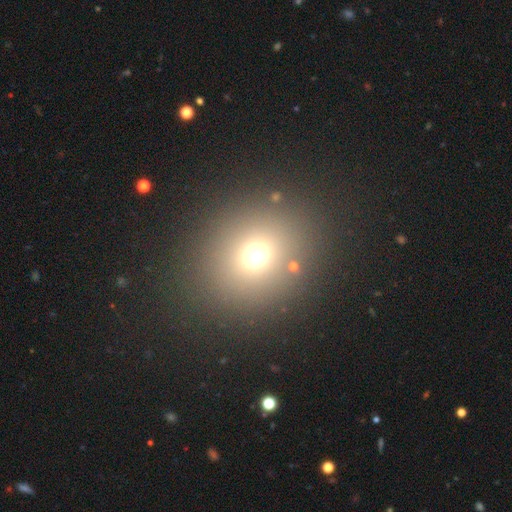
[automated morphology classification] Smooth or featured? Predicted: smooth (p=0.68). How rounded? Predicted: round (p=0.80). Merging? Predicted: none (p=0.85).